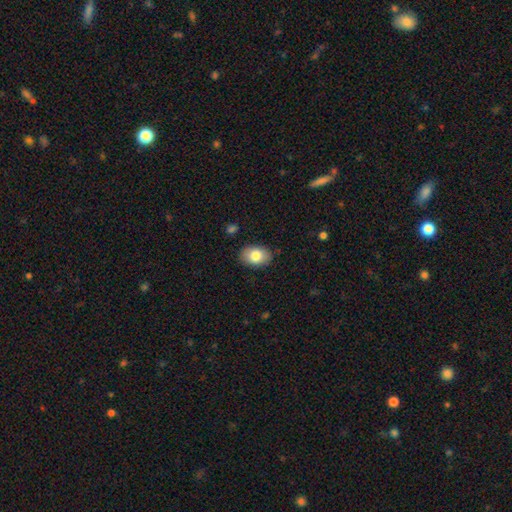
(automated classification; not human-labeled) Smooth or featured?
  - smooth: 82% *
  - featured or disk: 11%
  - star or artifact: 7%
How rounded?
  - in between: 83% *
  - round: 16%
  - cigar-shaped: 1%
Merging?
  - none: 86% *
  - minor disturbance: 10%
  - major disturbance: 2%
  - merger: 1%